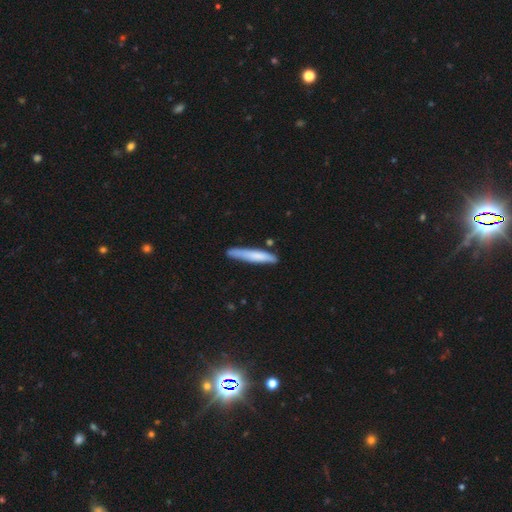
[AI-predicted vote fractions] This appears to be a smooth galaxy with no disk features (72%) that is cigar-shaped (94%). Merging: none (75%).